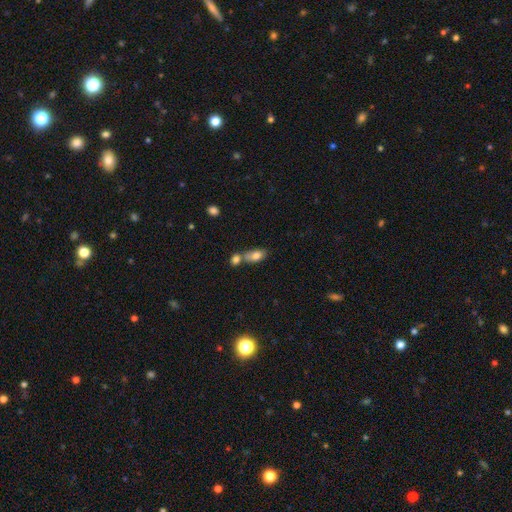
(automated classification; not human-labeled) smooth 78%, featured or disk 14%, star or artifact 8%. Down the decision tree: how rounded — in between (85%); merging — merger (49%).